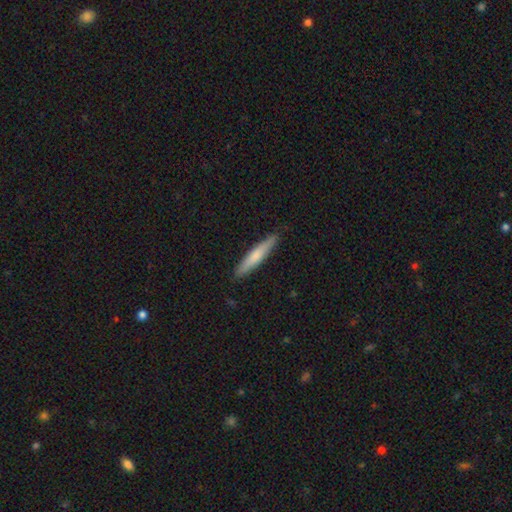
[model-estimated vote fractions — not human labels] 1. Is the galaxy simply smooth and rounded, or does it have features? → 66% smooth, 29% featured or disk, 5% star or artifact.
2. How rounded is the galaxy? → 92% cigar-shaped, 7% in between, 1% round.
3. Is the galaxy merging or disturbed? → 89% none, 8% minor disturbance, 2% major disturbance, 1% merger.